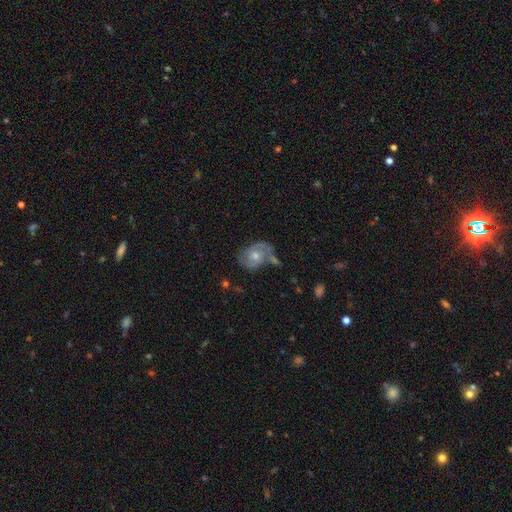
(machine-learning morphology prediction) smooth-or-featured: featured or disk: 70% | smooth: 22% | star or artifact: 7%
  disk-edge-on: no: 97% | yes: 3%
    bar: no: 67% | weak: 28% | strong: 4%
    has-spiral-arms: yes: 89% | no: 11%
      spiral-winding: medium: 47% | tight: 33% | loose: 20%
      spiral-arm-count: 2: 81% | can't tell: 10% | 1: 5% | 3: 3% | 4: 1% | more than 4: 1%
    bulge-size: moderate: 61% | small: 31% | large: 5% | none: 2% | dominant: 1%
  merging: none: 53% | minor disturbance: 22% | merger: 13% | major disturbance: 12%